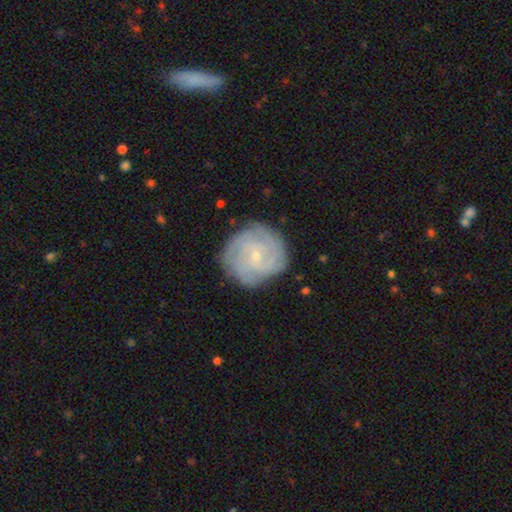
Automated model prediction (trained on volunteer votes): Smooth or featured?
  - featured or disk: 76% *
  - smooth: 17%
  - star or artifact: 7%
Edge-on disk?
  - no: 98% *
  - yes: 2%
Bar?
  - no: 67% *
  - weak: 28%
  - strong: 5%
Spiral arms?
  - yes: 92% *
  - no: 8%
Spiral winding?
  - tight: 69% *
  - medium: 24%
  - loose: 7%
Spiral arm count?
  - can't tell: 36% *
  - 4: 19%
  - 3: 18%
  - 2: 13%
  - more than 4: 7%
  - 1: 7%
Bulge size?
  - small: 82% *
  - moderate: 15%
  - none: 2%
  - large: 1%
  - dominant: 1%
Merging?
  - none: 79% *
  - minor disturbance: 15%
  - major disturbance: 5%
  - merger: 1%